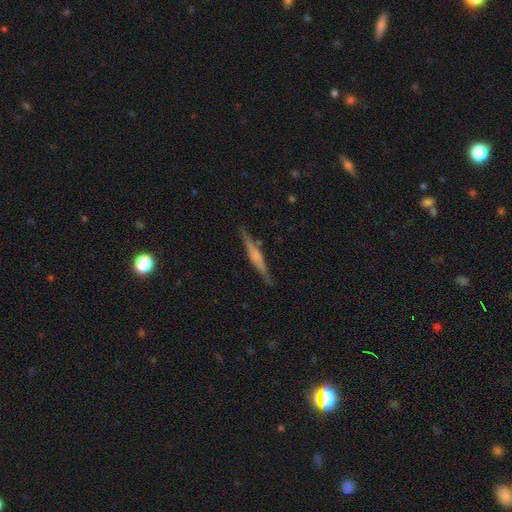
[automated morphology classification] type=featured or disk (63%); edge-on=yes (97%); edge-on bulge=rounded (45%); merging=none (87%).